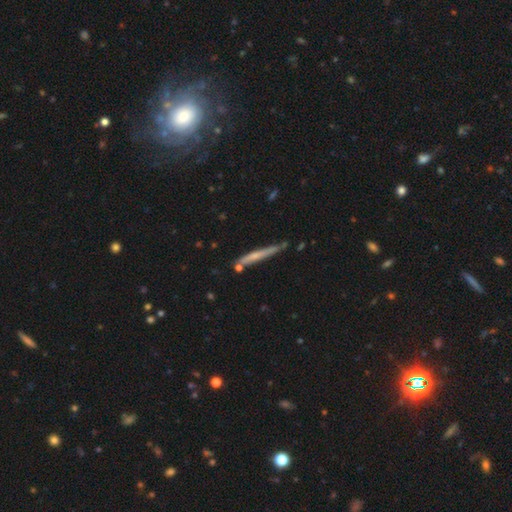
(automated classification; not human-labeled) This is possibly a smooth galaxy (49%). Merging: likely none (73%).